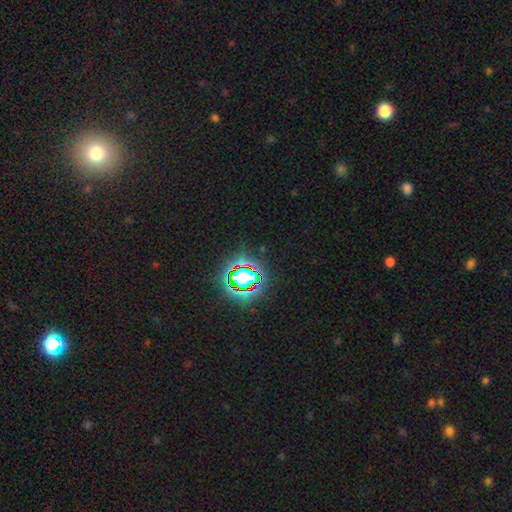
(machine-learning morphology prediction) This is likely a star or artifact rather than a galaxy (79%).